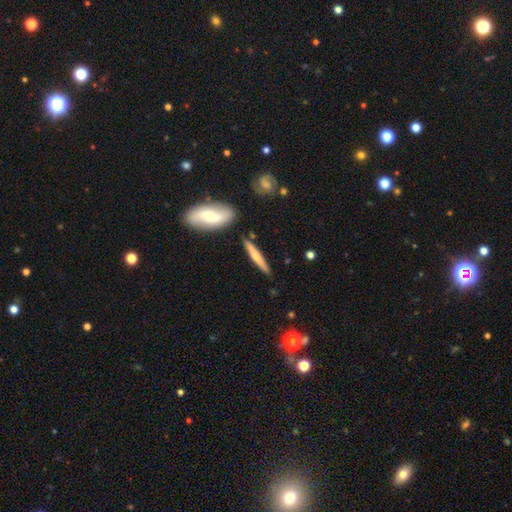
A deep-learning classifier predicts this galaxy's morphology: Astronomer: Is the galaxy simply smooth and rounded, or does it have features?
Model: smooth — 54% (runner-up: featured or disk, 40%).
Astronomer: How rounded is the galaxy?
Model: cigar-shaped — 91%.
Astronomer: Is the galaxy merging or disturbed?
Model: none — 84%.